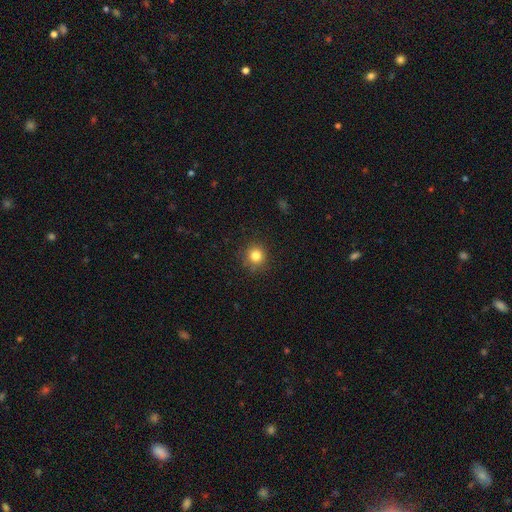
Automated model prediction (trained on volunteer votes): A smooth galaxy with no disk features (82%) that is round (94%). Merging: none (89%).